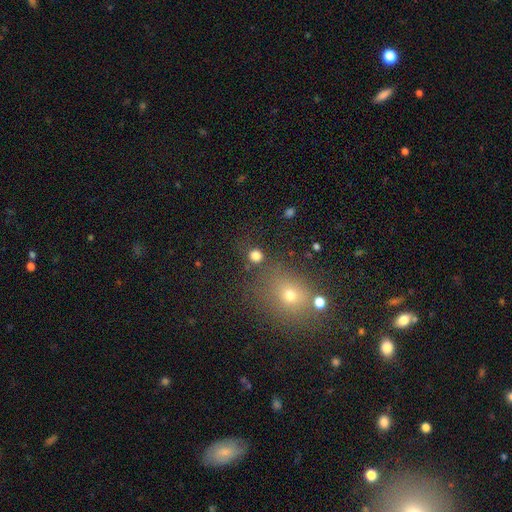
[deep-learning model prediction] The model was most divided on "smooth or featured": smooth: 78%, star or artifact: 17%, featured or disk: 5%. More confident: how rounded — round (90%); merging — none (79%).